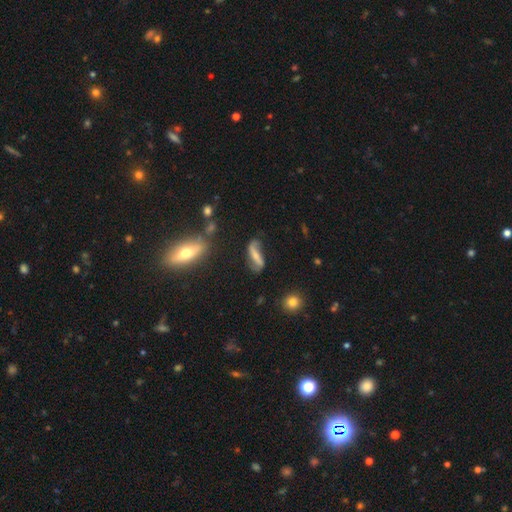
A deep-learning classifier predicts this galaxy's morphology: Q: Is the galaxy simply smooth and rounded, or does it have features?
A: featured or disk — 64%.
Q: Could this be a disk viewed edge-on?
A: no — 85%.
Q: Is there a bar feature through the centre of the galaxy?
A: strong — 47%.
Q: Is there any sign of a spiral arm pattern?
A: yes — 87%.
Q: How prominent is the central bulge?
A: small — 45%.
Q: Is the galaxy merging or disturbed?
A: none — 61%.